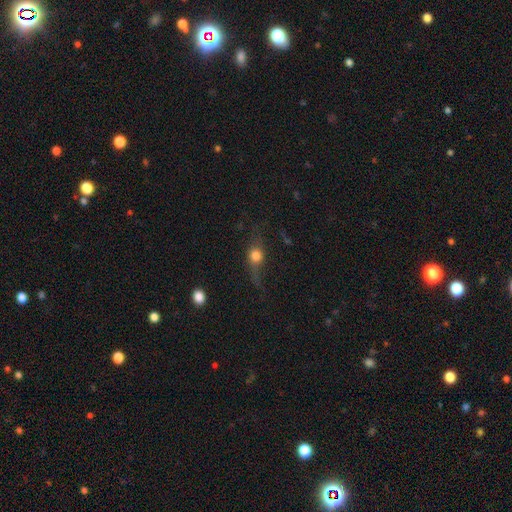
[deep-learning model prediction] This is possibly a smooth galaxy (49%). Merging: possibly none (53%).